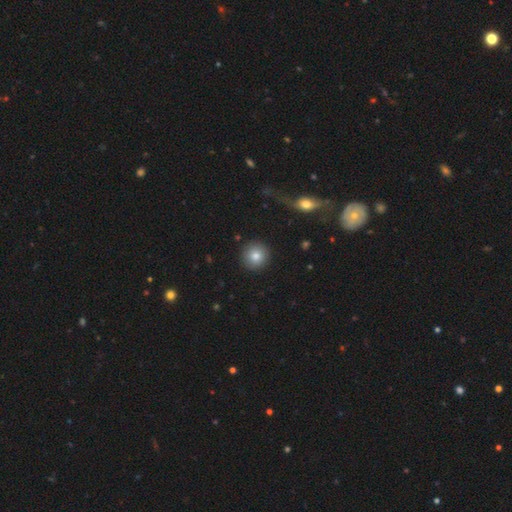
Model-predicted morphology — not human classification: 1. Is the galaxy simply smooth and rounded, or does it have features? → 81% smooth, 10% star or artifact, 9% featured or disk.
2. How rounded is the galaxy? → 94% round, 5% in between, 1% cigar-shaped.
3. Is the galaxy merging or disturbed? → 91% none, 6% minor disturbance, 2% major disturbance, 1% merger.